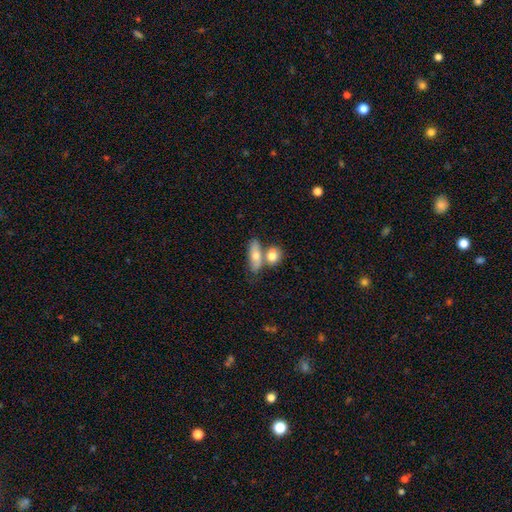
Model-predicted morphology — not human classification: Smooth or featured? smooth (70%)
How rounded? in between (69%)
Merging? merger (43%)